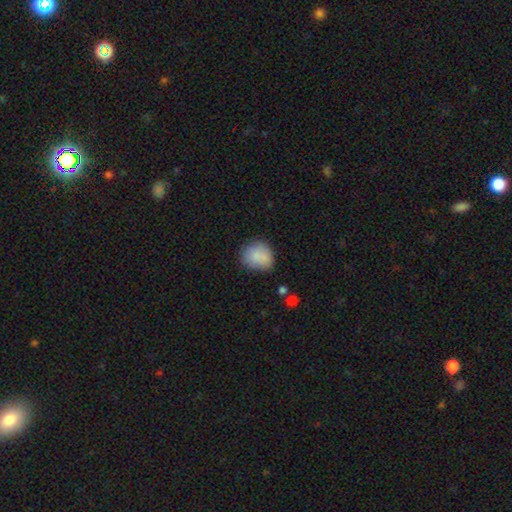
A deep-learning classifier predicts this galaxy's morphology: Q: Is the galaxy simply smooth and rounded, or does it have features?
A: smooth — 85%.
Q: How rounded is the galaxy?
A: round — 71%.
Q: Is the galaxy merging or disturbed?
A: none — 70%.